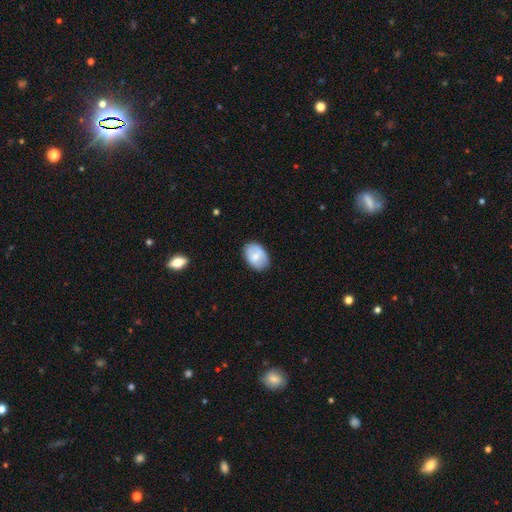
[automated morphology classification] Smooth or featured? smooth (73%)
How rounded? in between (83%)
Merging? none (82%)